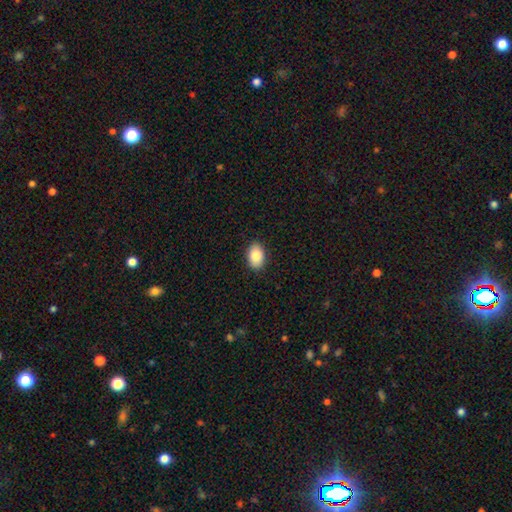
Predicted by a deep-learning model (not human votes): Overall: smooth (86%). How rounded: in between (87%). Merging: none (89%).